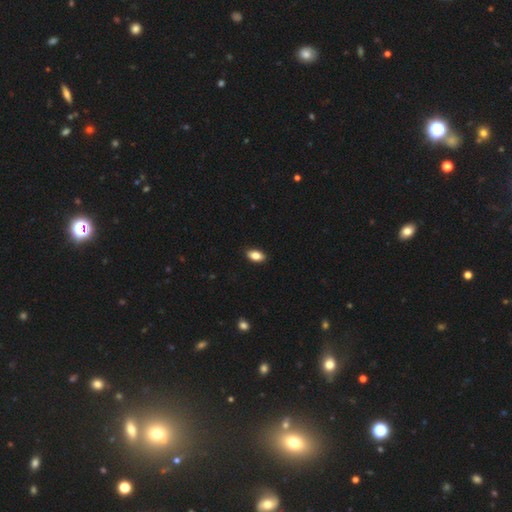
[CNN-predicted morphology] Smooth or featured: smooth — 84% (featured or disk — 8%)
How rounded: in between — 90% (round — 6%)
Merging: none — 89% (minor disturbance — 9%)